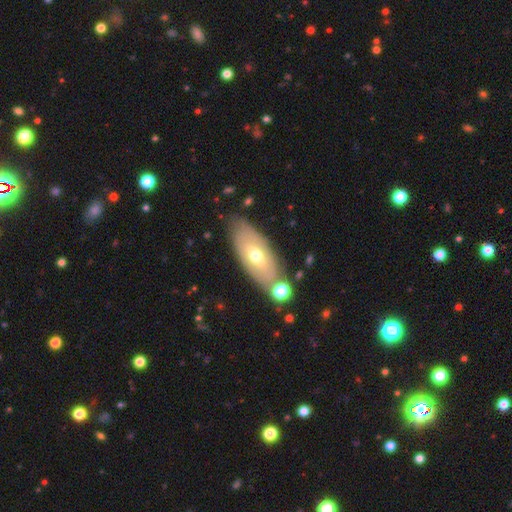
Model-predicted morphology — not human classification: A featured or disk galaxy (48%).

Vote fractions:
- Smooth or featured? featured or disk: 48% / smooth: 45% / star or artifact: 7%
- Merging? none: 75% / minor disturbance: 13% / merger: 8% / major disturbance: 3%